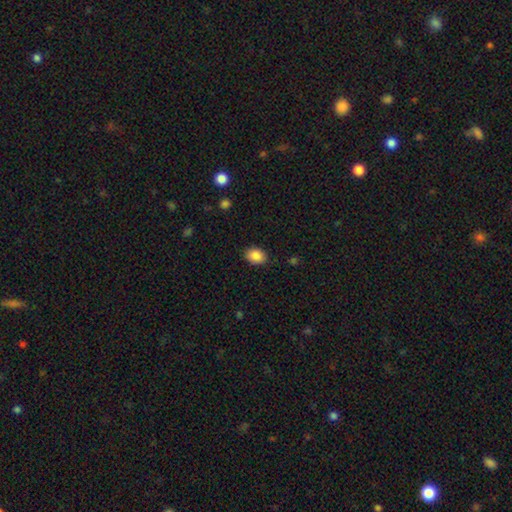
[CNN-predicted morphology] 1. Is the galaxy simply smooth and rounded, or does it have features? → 88% smooth, 8% star or artifact, 4% featured or disk.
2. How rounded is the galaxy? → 72% in between, 27% round, 1% cigar-shaped.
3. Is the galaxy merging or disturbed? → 87% none, 9% minor disturbance, 2% major disturbance, 1% merger.